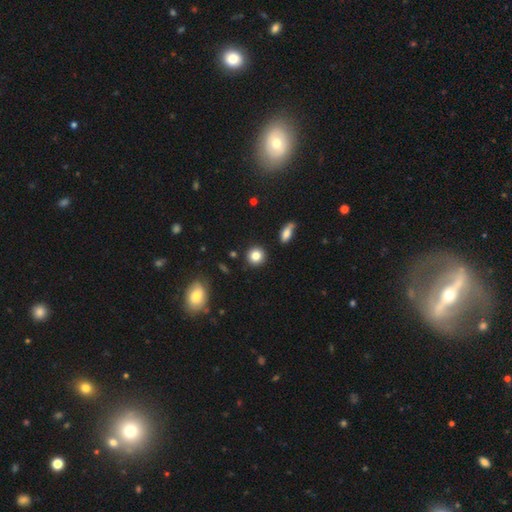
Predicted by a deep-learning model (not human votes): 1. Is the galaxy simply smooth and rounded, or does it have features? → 84% smooth, 10% star or artifact, 6% featured or disk.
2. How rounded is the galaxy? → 90% round, 8% in between, 1% cigar-shaped.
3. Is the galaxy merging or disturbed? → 89% none, 7% minor disturbance, 2% merger, 2% major disturbance.